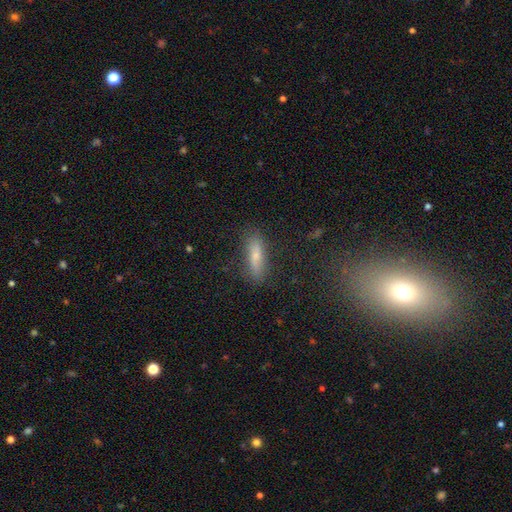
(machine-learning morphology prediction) This appears to be a smooth galaxy with no disk features (69%) that is cigar-shaped (64%). Merging: none (81%).